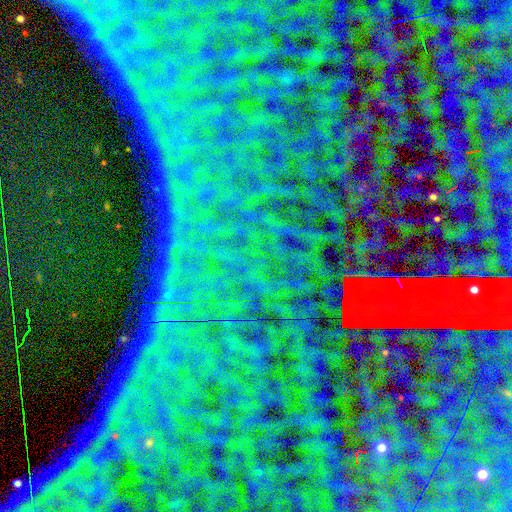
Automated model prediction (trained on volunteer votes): star or artifact 87%, featured or disk 7%, smooth 6%.